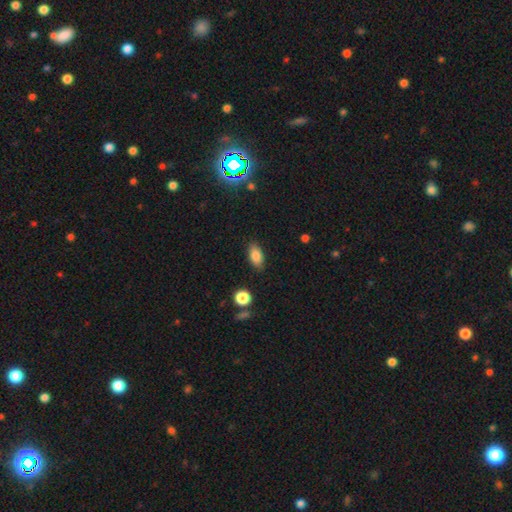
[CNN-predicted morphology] type=smooth (84%); roundness=in between (88%); merging=none (85%).